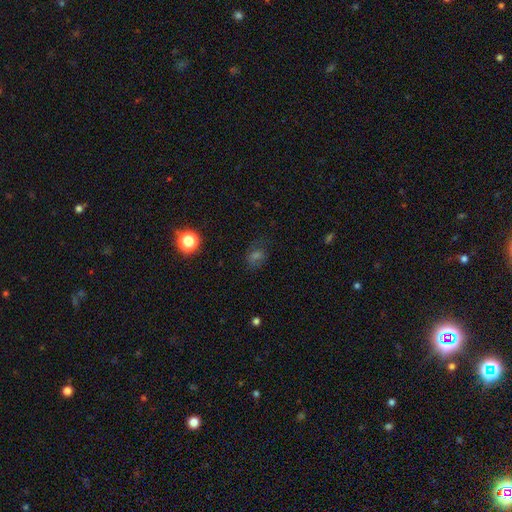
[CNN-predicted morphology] A smooth galaxy with no disk features (49%). Merging: none (69%).